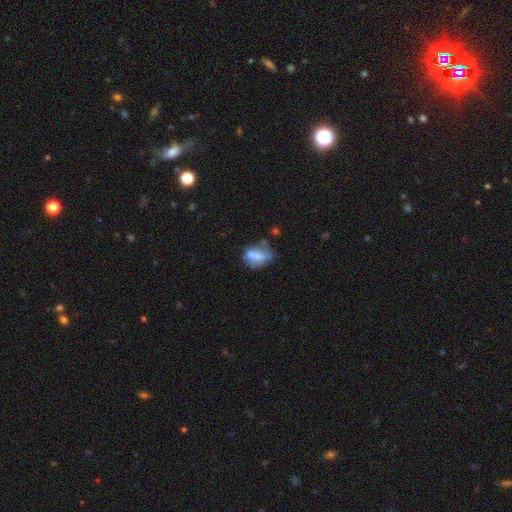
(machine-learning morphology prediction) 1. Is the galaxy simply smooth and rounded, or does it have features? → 64% smooth, 26% featured or disk, 10% star or artifact.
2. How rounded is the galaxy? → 77% in between, 19% round, 4% cigar-shaped.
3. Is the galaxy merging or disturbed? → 36% none, 28% minor disturbance, 19% major disturbance, 17% merger.